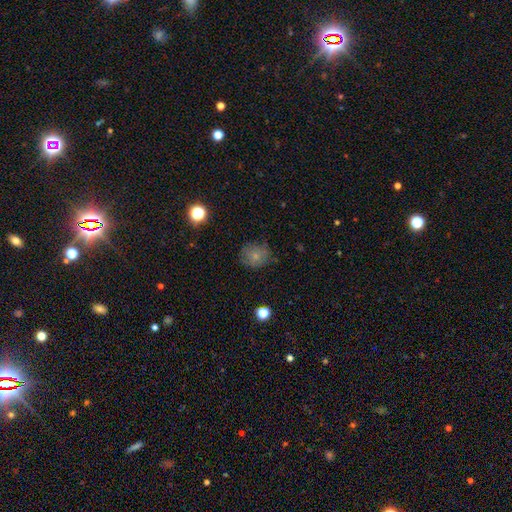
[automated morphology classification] type=smooth (71%); roundness=round (76%); merging=none (70%).